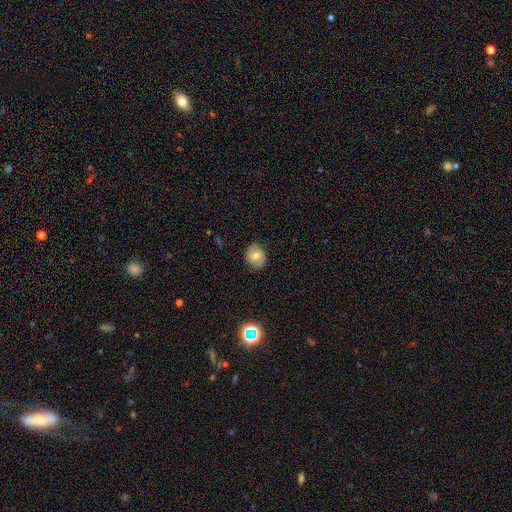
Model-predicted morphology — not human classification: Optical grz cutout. It shows a smooth galaxy with no disk features (48%). Merging: none (83%).